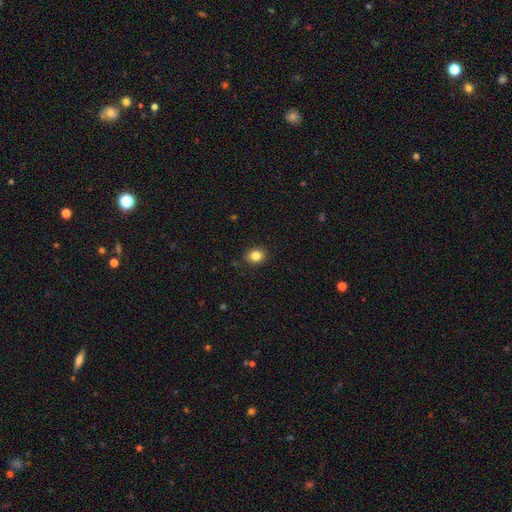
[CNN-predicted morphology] smooth 84%, star or artifact 10%, featured or disk 5%. Down the decision tree: how rounded — round (60%); merging — none (87%).